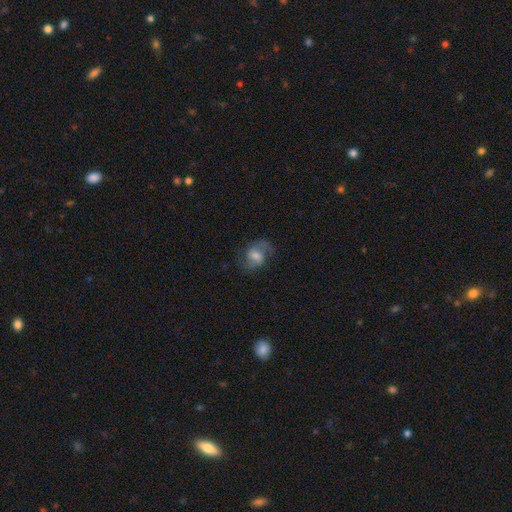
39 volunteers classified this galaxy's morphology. This is possibly a featured or disk galaxy (56%). It is clearly not viewed edge-on (100%). Bar: possibly no (55%). Spiral arm pattern: clearly yes (91%). Spiral arm count: likely 2 (70%). Spiral winding: possibly medium (45%). Central bulge: marginally large (32%, tied with small). Merging: possibly none (49%).